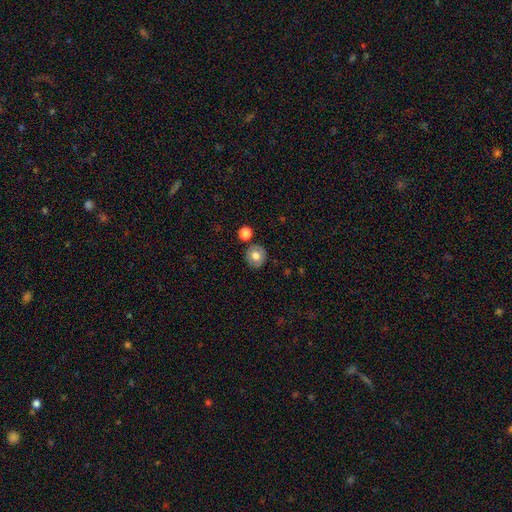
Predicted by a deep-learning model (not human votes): Smooth or featured?
  - smooth: 71% *
  - featured or disk: 20%
  - star or artifact: 9%
How rounded?
  - round: 86% *
  - in between: 13%
  - cigar-shaped: 1%
Merging?
  - none: 83% *
  - minor disturbance: 9%
  - merger: 6%
  - major disturbance: 2%